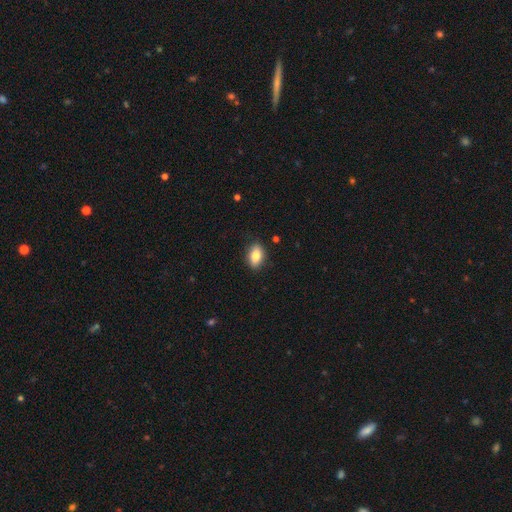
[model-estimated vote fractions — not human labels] The model was most divided on "smooth or featured": smooth: 82%, featured or disk: 11%, star or artifact: 7%. More confident: how rounded — in between (87%); merging — none (87%).